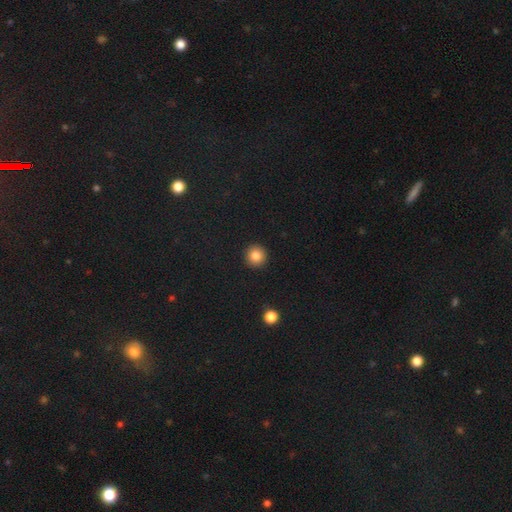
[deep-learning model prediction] Smooth or featured? smooth (83%)
How rounded? round (95%)
Merging? none (93%)